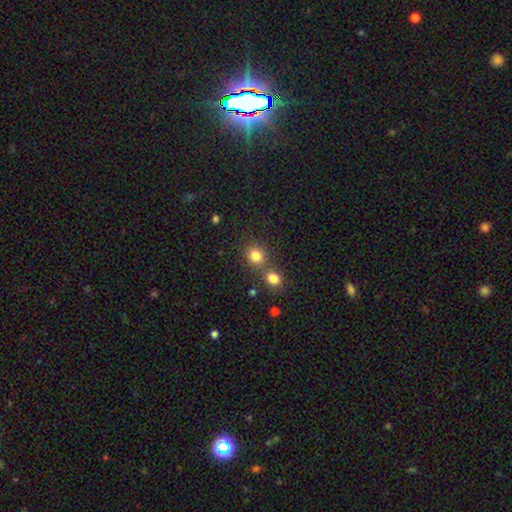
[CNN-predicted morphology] A smooth galaxy with no disk features (82%) that is round (76%).

Vote fractions:
- Smooth or featured? smooth: 82% / star or artifact: 12% / featured or disk: 6%
- How rounded? round: 76% / in between: 23% / cigar-shaped: 1%
- Merging? none: 60% / merger: 28% / minor disturbance: 8% / major disturbance: 3%